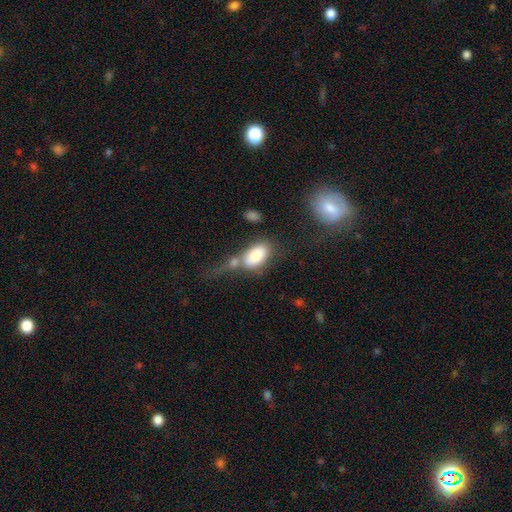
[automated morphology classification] smooth-or-featured: smooth: 80% | featured or disk: 13% | star or artifact: 7%
  how-rounded: in between: 93% | round: 4% | cigar-shaped: 3%
  merging: merger: 35% | none: 31% | major disturbance: 18% | minor disturbance: 17%